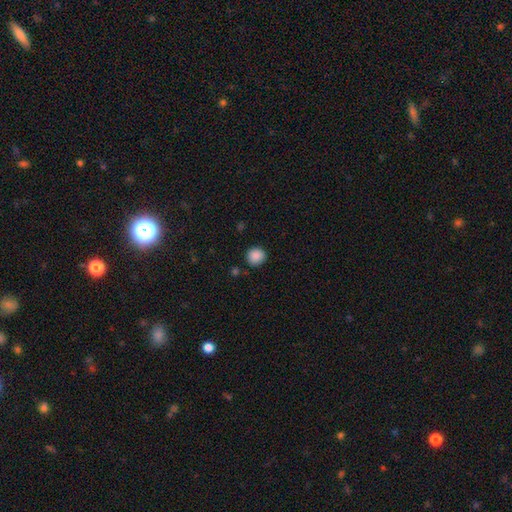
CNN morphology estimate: Overall: smooth (88%). How rounded: round (89%). Merging: none (87%).